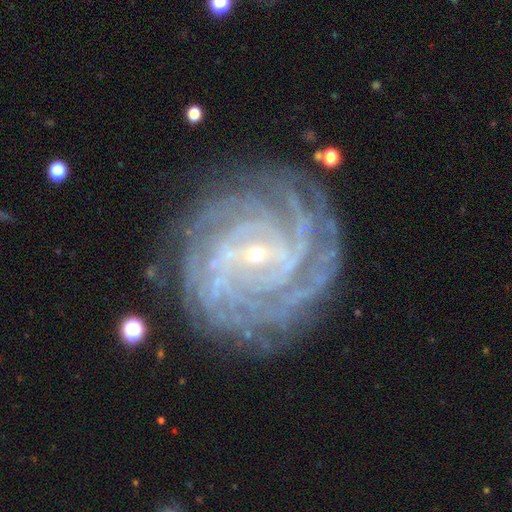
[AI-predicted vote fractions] A featured or disk galaxy (91%) with a weak bar (46%), 4 (29%) tight (81%) spiral arms (98%) and a small central bulge (84%). Merging: none (81%).